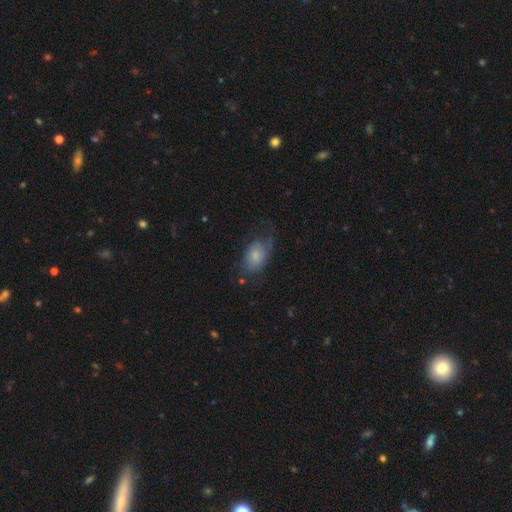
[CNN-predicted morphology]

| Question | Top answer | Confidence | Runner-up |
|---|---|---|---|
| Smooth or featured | smooth | 49% | featured or disk (43%) |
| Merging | none | 44% | major disturbance (28%) |